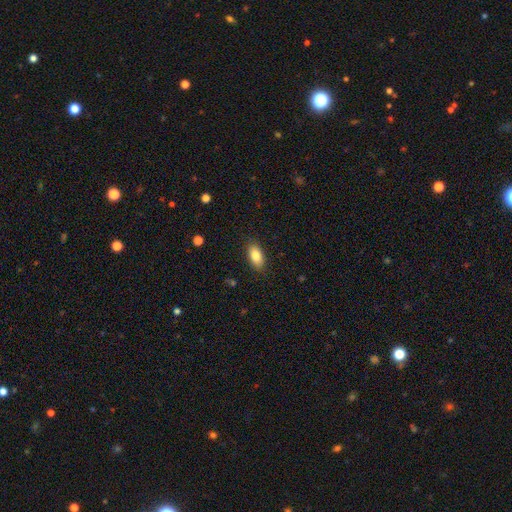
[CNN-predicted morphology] A smooth galaxy with no disk features (84%) that is in between round and cigar-shaped (92%). Merging: none (86%).